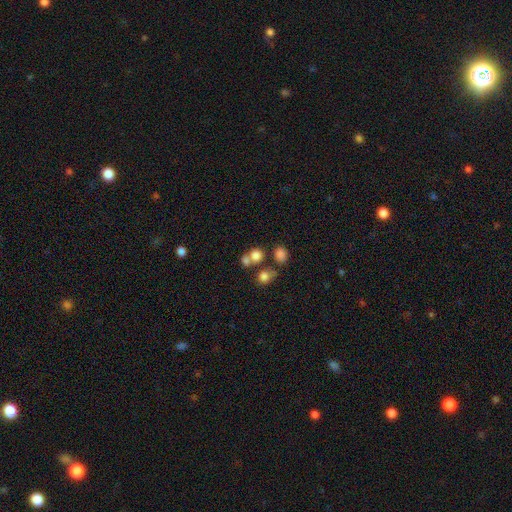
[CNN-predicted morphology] Smooth or featured? Predicted: smooth (p=0.76). How rounded? Predicted: round (p=0.77). Merging? Predicted: none (p=0.50).